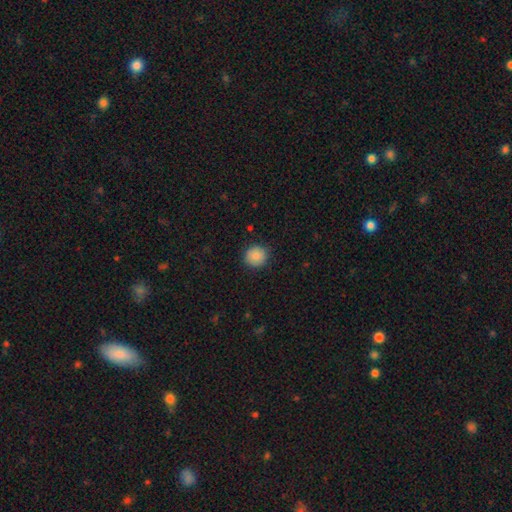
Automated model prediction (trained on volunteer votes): Q: Smooth or featured?
A: smooth (87%); runner-up: star or artifact (8%)
Q: How rounded?
A: round (93%); runner-up: in between (6%)
Q: Merging?
A: none (90%); runner-up: minor disturbance (7%)